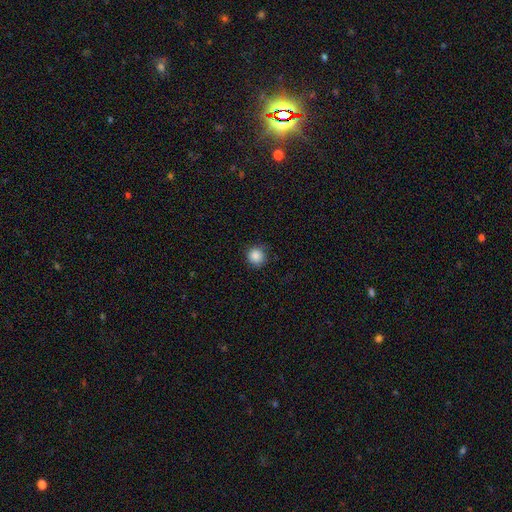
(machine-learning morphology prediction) Q: Smooth or featured?
A: smooth (87%); runner-up: star or artifact (10%)
Q: How rounded?
A: round (93%); runner-up: in between (6%)
Q: Merging?
A: none (82%); runner-up: minor disturbance (14%)